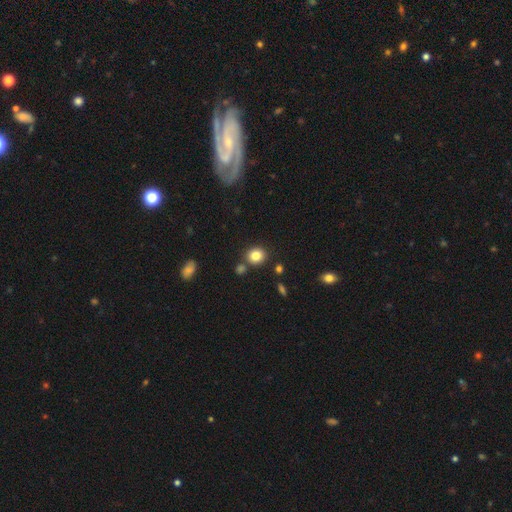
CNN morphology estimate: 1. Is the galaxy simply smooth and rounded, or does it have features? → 83% smooth, 10% star or artifact, 6% featured or disk.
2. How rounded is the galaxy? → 78% round, 21% in between, 1% cigar-shaped.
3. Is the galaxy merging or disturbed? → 79% none, 9% minor disturbance, 9% merger, 3% major disturbance.